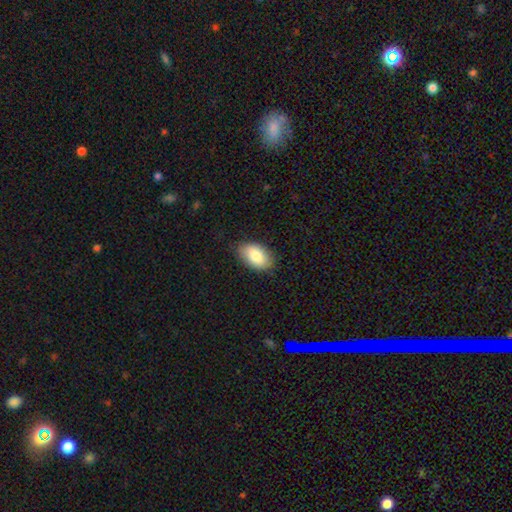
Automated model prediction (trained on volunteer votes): Smooth or featured: smooth — 83% (featured or disk — 11%)
How rounded: in between — 93% (round — 6%)
Merging: none — 84% (minor disturbance — 13%)